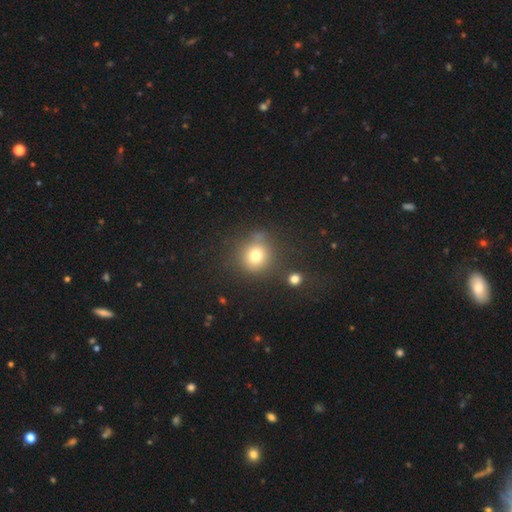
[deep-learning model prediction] smooth 76%, star or artifact 15%, featured or disk 9%. Down the decision tree: how rounded — round (88%); merging — none (75%).